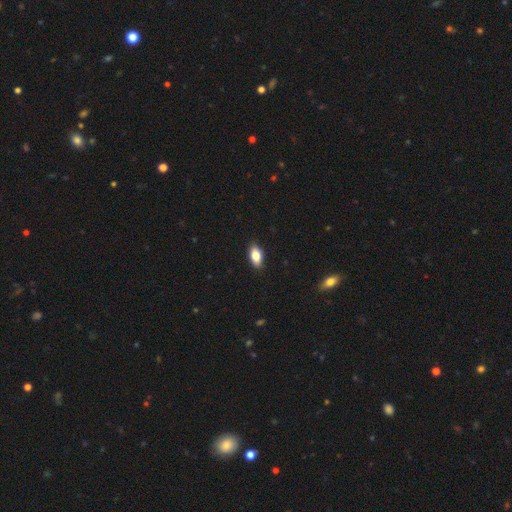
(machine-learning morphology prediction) This is likely a smooth galaxy (80%). How rounded: clearly in between (88%). Merging: clearly none (89%).